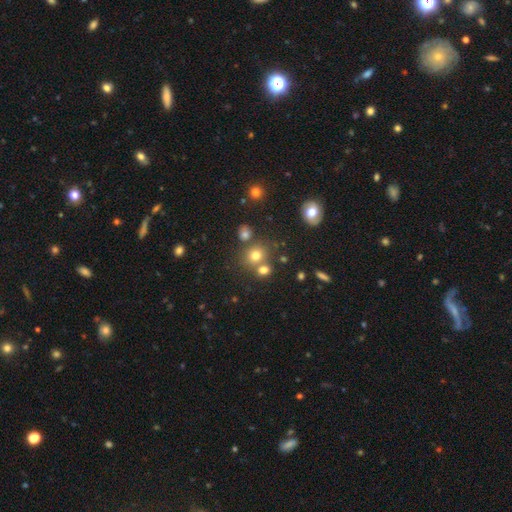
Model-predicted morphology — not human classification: Smooth or featured? Predicted: smooth (p=0.71). How rounded? Predicted: round (p=0.80). Merging? Predicted: none (p=0.62).